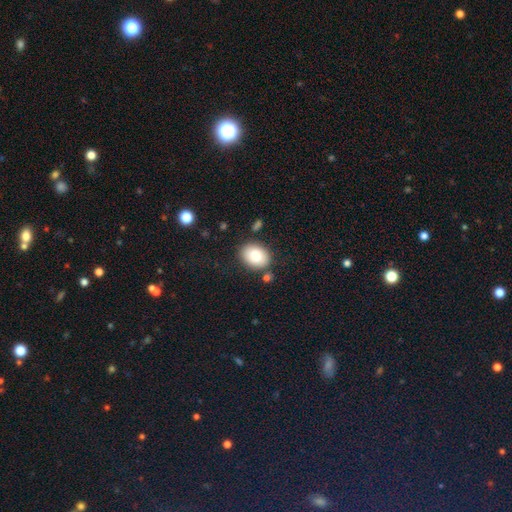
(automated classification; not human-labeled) This is likely a smooth galaxy (80%). How rounded: likely in between (67%). Merging: clearly none (82%).